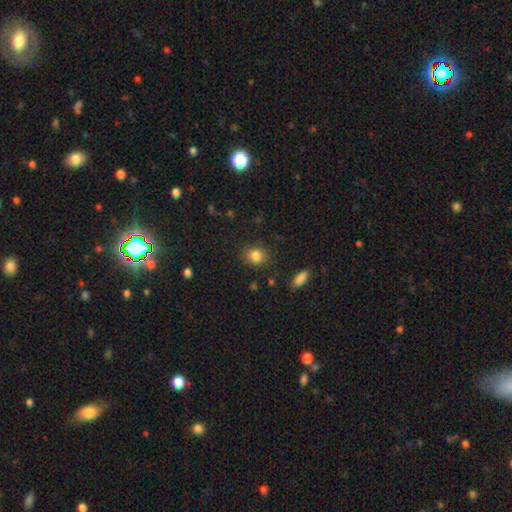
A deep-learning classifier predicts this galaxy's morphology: type=smooth (84%); roundness=round (75%); merging=none (84%).